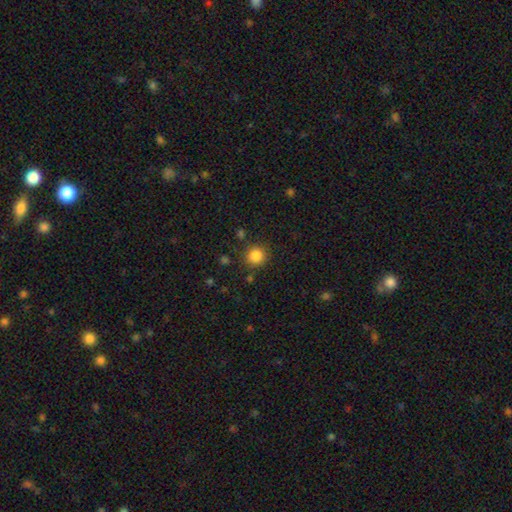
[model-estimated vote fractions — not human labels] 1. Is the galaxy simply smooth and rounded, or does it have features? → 85% smooth, 11% star or artifact, 4% featured or disk.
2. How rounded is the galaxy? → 92% round, 7% in between, 1% cigar-shaped.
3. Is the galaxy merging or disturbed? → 86% none, 8% minor disturbance, 3% major disturbance, 3% merger.